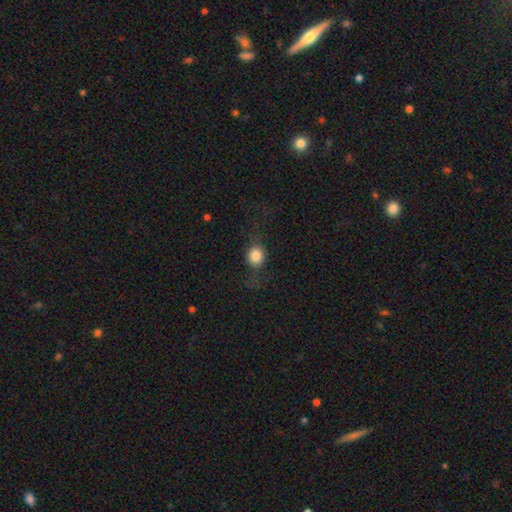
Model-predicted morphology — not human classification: Smooth or featured: smooth — 76% (featured or disk — 13%)
How rounded: round — 79% (in between — 19%)
Merging: none — 66% (minor disturbance — 18%)